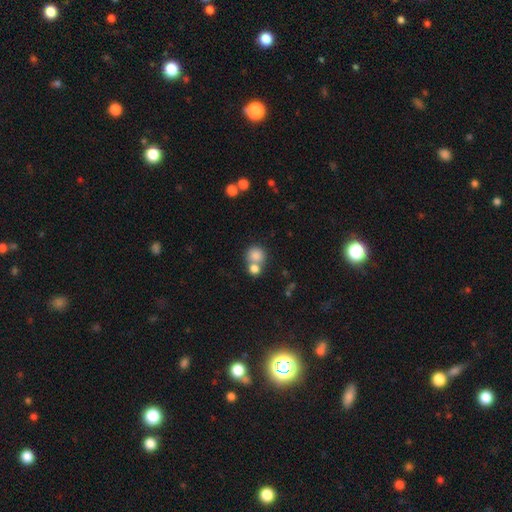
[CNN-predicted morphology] Smooth or featured: smooth — 81% (star or artifact — 10%)
How rounded: round — 84% (in between — 15%)
Merging: none — 44% (tied with merger — 44%)